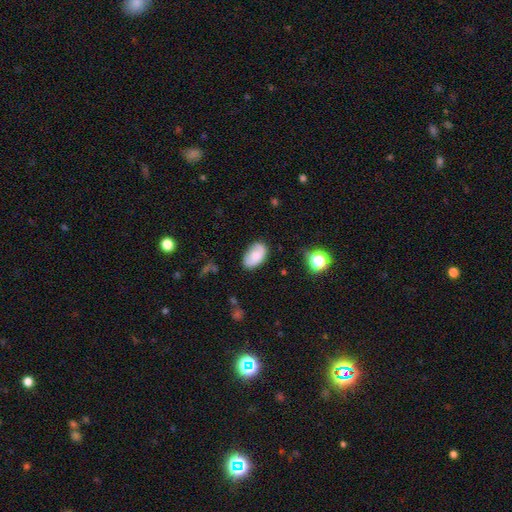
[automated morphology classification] Smooth or featured: smooth — 73% (featured or disk — 18%)
How rounded: in between — 93% (round — 5%)
Merging: none — 72% (minor disturbance — 20%)